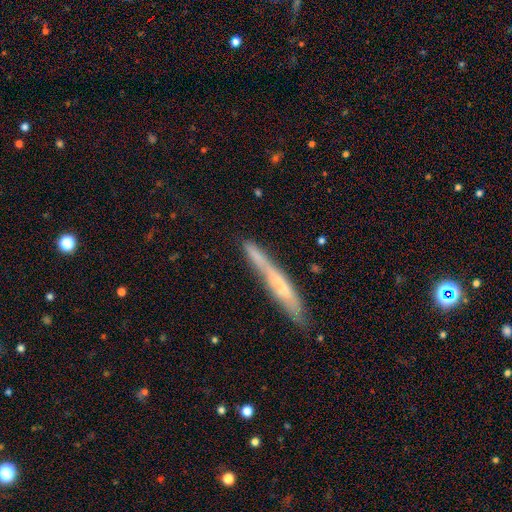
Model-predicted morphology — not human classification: A smooth galaxy with no disk features (58%) that is cigar-shaped (86%).

Vote fractions:
- Smooth or featured? smooth: 58% / featured or disk: 31% / star or artifact: 11%
- How rounded? cigar-shaped: 86% / in between: 10% / round: 4%
- Merging? none: 61% / minor disturbance: 16% / merger: 16% / major disturbance: 7%